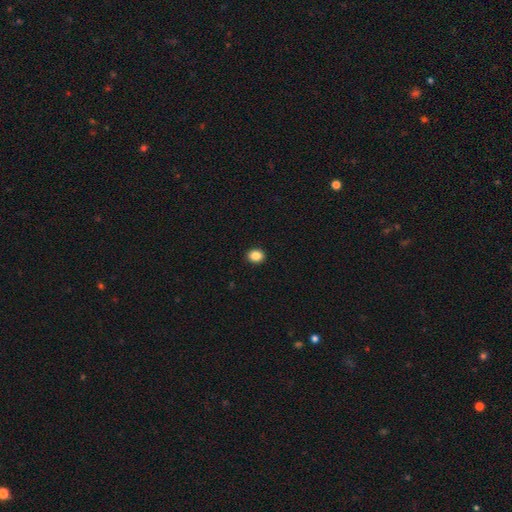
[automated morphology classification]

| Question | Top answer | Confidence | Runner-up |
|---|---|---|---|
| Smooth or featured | smooth | 86% | star or artifact (10%) |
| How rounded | round | 56% | in between (43%) |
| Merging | none | 92% | minor disturbance (5%) |